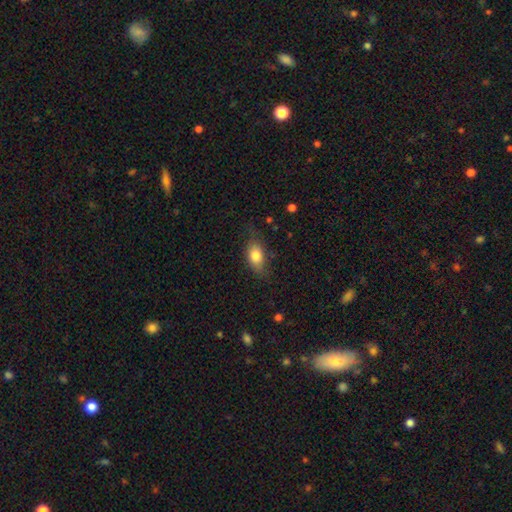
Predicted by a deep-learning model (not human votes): smooth 80%, featured or disk 12%, star or artifact 8%. Down the decision tree: how rounded — in between (85%); merging — none (71%).